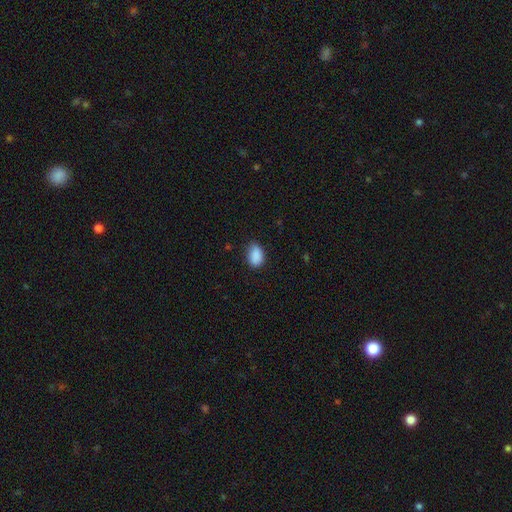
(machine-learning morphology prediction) A smooth galaxy with no disk features (89%) that is in between round and cigar-shaped (86%).

Vote fractions:
- Smooth or featured? smooth: 89% / star or artifact: 8% / featured or disk: 3%
- How rounded? in between: 86% / round: 13% / cigar-shaped: 1%
- Merging? none: 73% / minor disturbance: 22% / major disturbance: 4% / merger: 1%